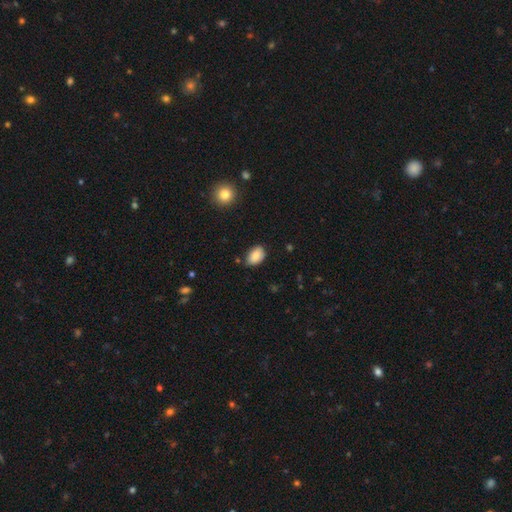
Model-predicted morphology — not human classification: smooth-or-featured: smooth: 85% | star or artifact: 8% | featured or disk: 7%
  how-rounded: in between: 90% | round: 9% | cigar-shaped: 1%
  merging: none: 78% | minor disturbance: 17% | major disturbance: 3% | merger: 2%